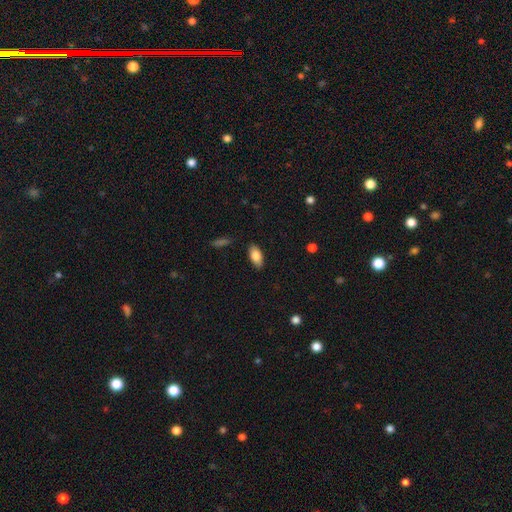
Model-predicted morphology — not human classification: Q: Smooth or featured?
A: smooth (84%); runner-up: featured or disk (10%)
Q: How rounded?
A: in between (91%); runner-up: cigar-shaped (6%)
Q: Merging?
A: none (85%); runner-up: minor disturbance (11%)